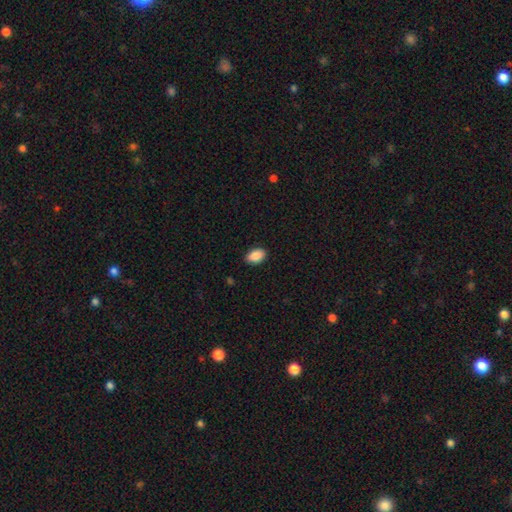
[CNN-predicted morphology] Smooth or featured: smooth — 89% (star or artifact — 7%)
How rounded: in between — 91% (round — 8%)
Merging: none — 87% (minor disturbance — 10%)